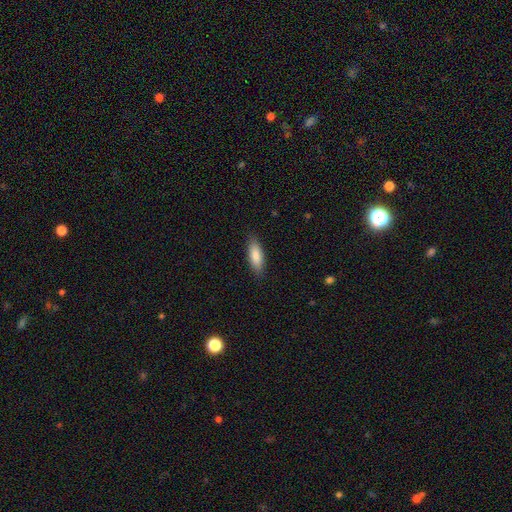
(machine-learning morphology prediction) A smooth galaxy with no disk features (85%) that is in between round and cigar-shaped (65%). Merging: none (87%).